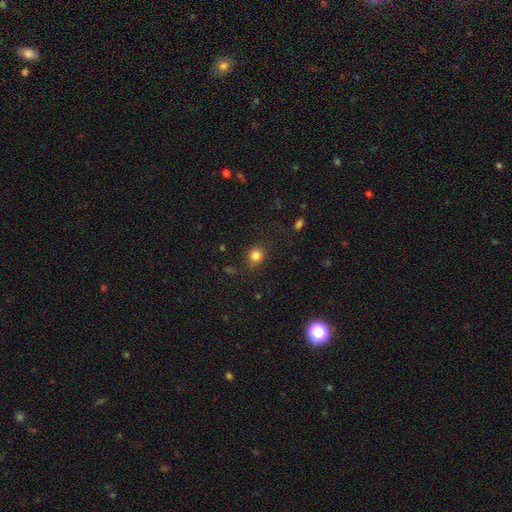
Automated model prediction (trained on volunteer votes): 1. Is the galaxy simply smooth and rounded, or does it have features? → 82% smooth, 12% star or artifact, 5% featured or disk.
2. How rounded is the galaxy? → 85% round, 14% in between, 1% cigar-shaped.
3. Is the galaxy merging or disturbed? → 82% none, 12% minor disturbance, 4% major disturbance, 2% merger.